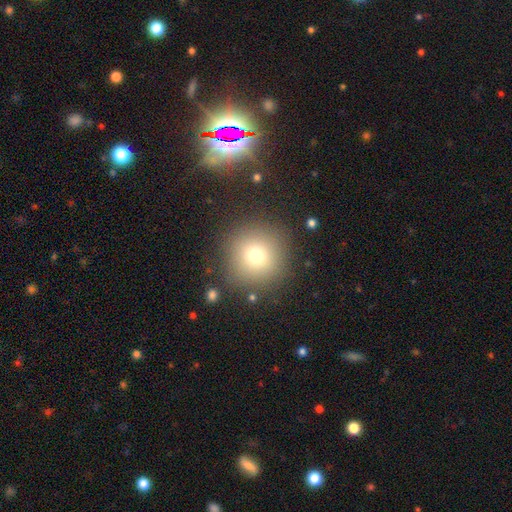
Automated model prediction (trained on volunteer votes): A smooth galaxy with no disk features (73%) that is round (95%). Merging: none (87%).